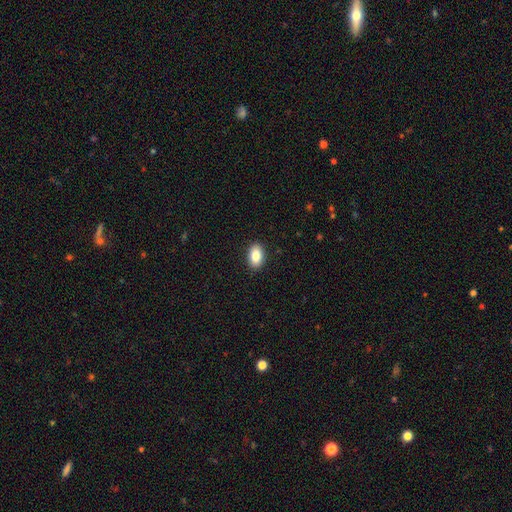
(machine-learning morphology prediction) Smooth or featured? Predicted: smooth (p=0.85). How rounded? Predicted: in between (p=0.91). Merging? Predicted: none (p=0.90).